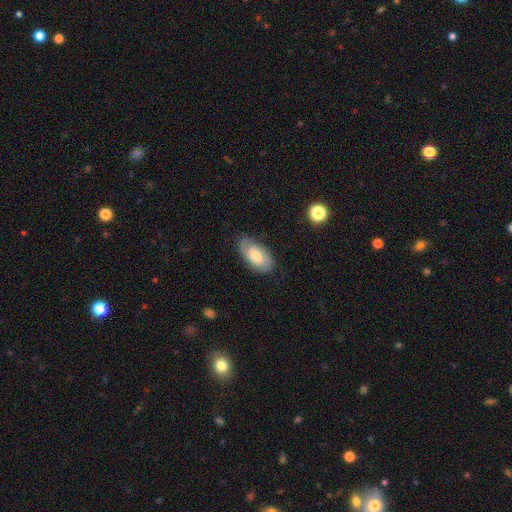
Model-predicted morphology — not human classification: Smooth or featured? Predicted: smooth (p=0.53). How rounded? Predicted: in between (p=0.94). Merging? Predicted: none (p=0.74).